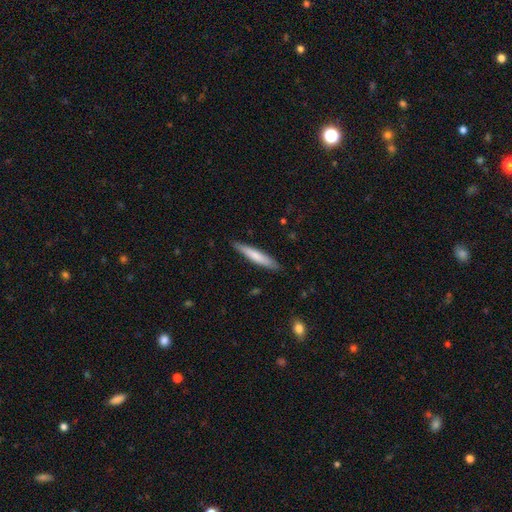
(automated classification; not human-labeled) Overall: smooth (70%). How rounded: cigar-shaped (92%). Merging: none (87%).